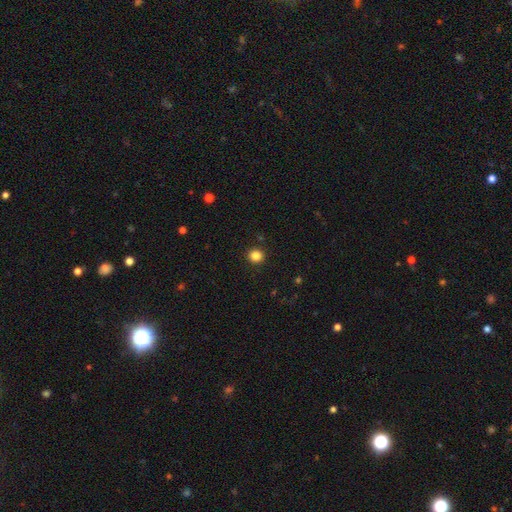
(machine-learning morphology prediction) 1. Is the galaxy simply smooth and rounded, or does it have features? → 85% smooth, 12% star or artifact, 3% featured or disk.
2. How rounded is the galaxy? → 89% round, 10% in between, 1% cigar-shaped.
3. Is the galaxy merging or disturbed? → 92% none, 5% minor disturbance, 2% major disturbance, 1% merger.